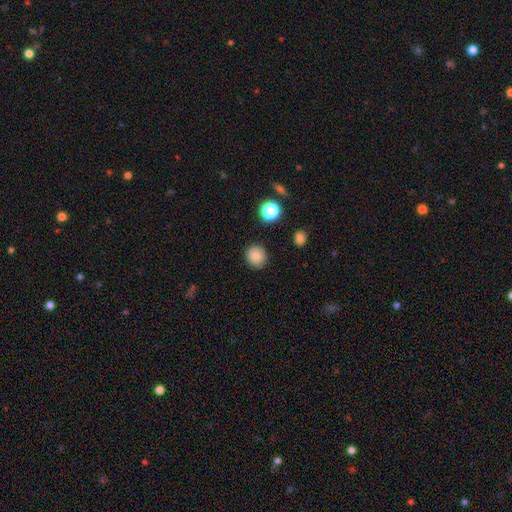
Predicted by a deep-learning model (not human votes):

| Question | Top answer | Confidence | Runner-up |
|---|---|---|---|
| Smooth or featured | smooth | 85% | star or artifact (11%) |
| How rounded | round | 88% | in between (11%) |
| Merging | none | 89% | minor disturbance (7%) |